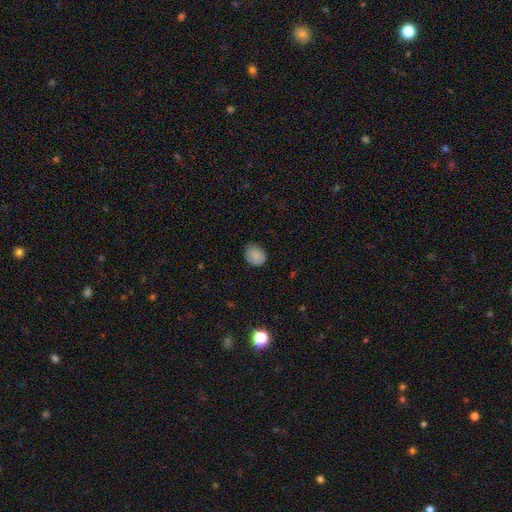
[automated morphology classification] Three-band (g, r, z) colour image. It shows a smooth galaxy with no disk features (85%) that is in between round and cigar-shaped (52%). Merging: none (69%).